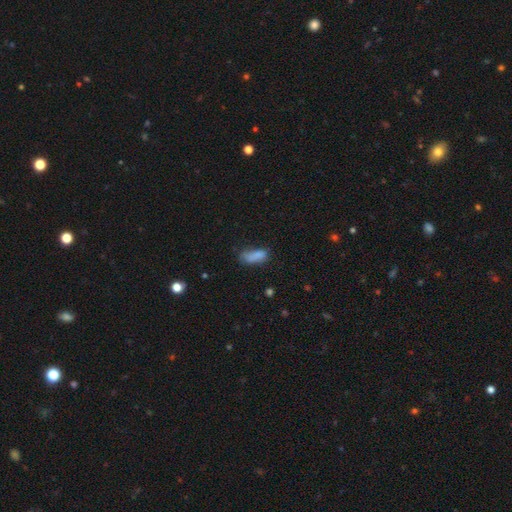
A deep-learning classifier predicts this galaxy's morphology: Q: Smooth or featured?
A: smooth (79%); runner-up: featured or disk (11%)
Q: How rounded?
A: in between (78%); runner-up: cigar-shaped (19%)
Q: Merging?
A: none (44%); runner-up: minor disturbance (31%)